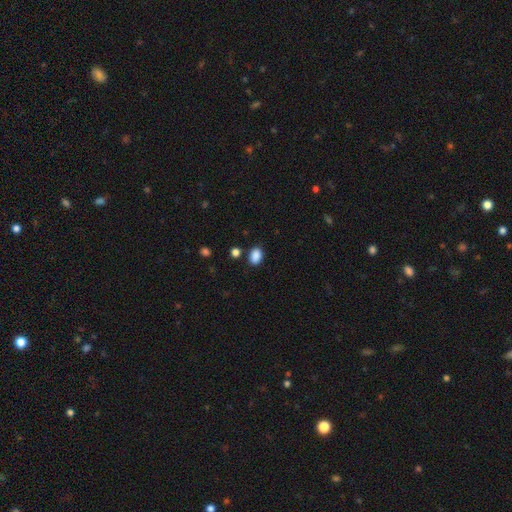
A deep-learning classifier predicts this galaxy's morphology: Smooth or featured? Predicted: smooth (p=0.88). How rounded? Predicted: in between (p=0.80). Merging? Predicted: none (p=0.83).